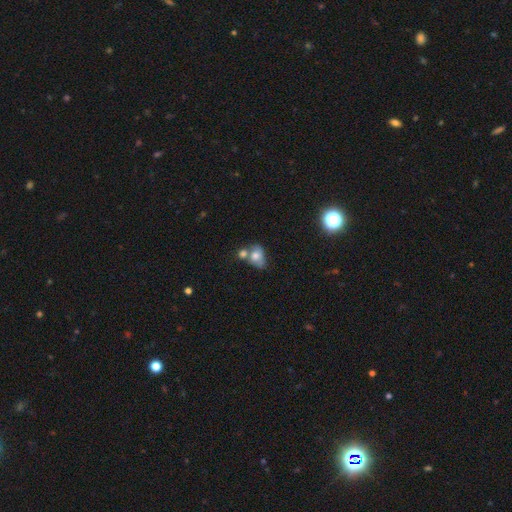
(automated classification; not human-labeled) Morphology: type=smooth (70%); roundness=in between (67%); merging=merger (46%).